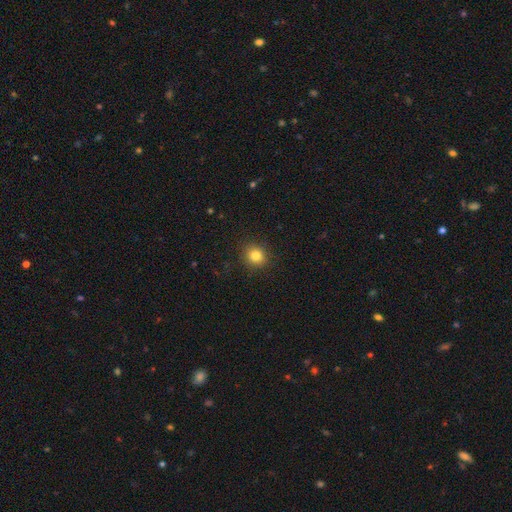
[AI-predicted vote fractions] Smooth or featured: smooth — 83% (star or artifact — 11%)
How rounded: round — 81% (in between — 18%)
Merging: none — 90% (minor disturbance — 7%)